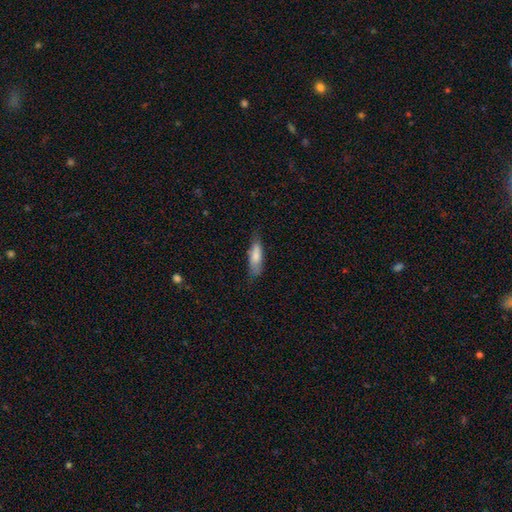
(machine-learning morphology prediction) smooth_or_featured: smooth (p=0.79) [alt: featured or disk p=0.15]
how_rounded: in between (p=0.50) [alt: cigar-shaped p=0.49]
merging: none (p=0.65) [alt: minor disturbance p=0.26]